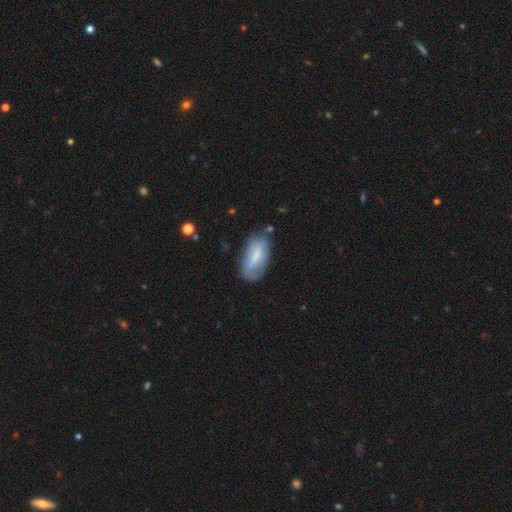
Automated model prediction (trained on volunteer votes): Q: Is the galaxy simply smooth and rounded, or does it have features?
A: smooth — 59%.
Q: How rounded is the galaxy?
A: in between — 87%.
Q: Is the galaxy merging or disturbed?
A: none — 62%.